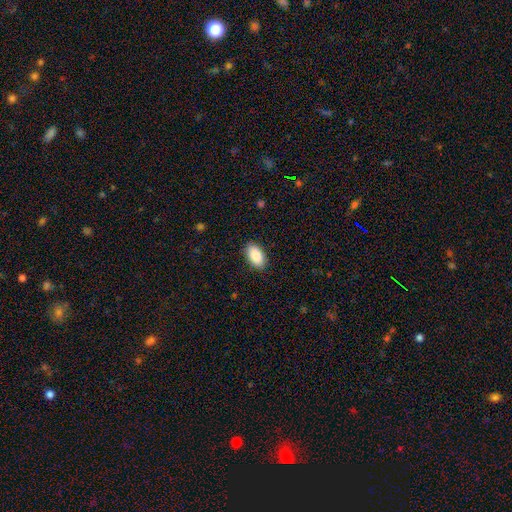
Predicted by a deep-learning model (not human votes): A smooth galaxy with no disk features (88%) that is in between round and cigar-shaped (95%).

Vote fractions:
- Smooth or featured? smooth: 88% / star or artifact: 6% / featured or disk: 5%
- How rounded? in between: 95% / round: 3% / cigar-shaped: 2%
- Merging? none: 89% / minor disturbance: 8% / major disturbance: 2% / merger: 1%